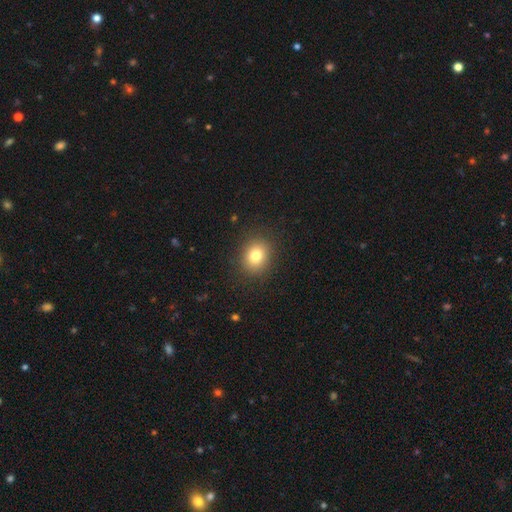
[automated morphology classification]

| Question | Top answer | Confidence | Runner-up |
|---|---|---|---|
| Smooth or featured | smooth | 79% | star or artifact (12%) |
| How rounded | round | 66% | in between (33%) |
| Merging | none | 88% | minor disturbance (8%) |